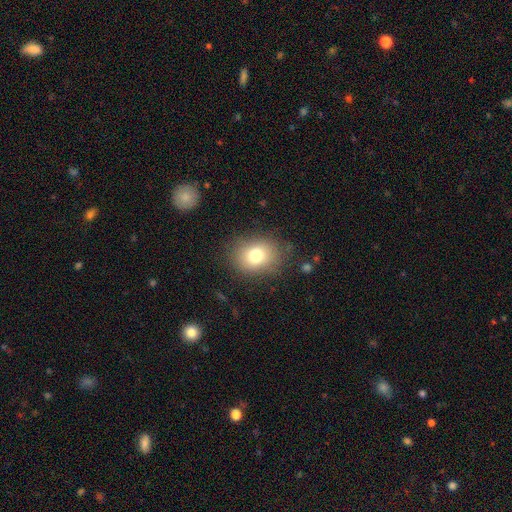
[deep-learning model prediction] Smooth or featured?
  - smooth: 76% *
  - star or artifact: 12%
  - featured or disk: 12%
How rounded?
  - round: 51% *
  - in between: 48%
  - cigar-shaped: 1%
Merging?
  - none: 81% *
  - minor disturbance: 12%
  - major disturbance: 5%
  - merger: 1%